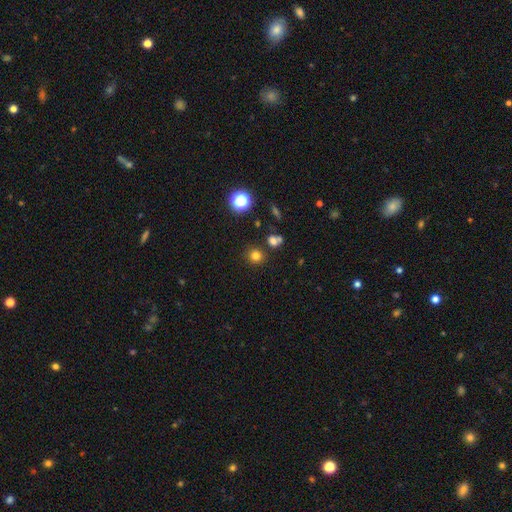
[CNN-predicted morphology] Smooth or featured? Predicted: smooth (p=0.77). How rounded? Predicted: round (p=0.90). Merging? Predicted: none (p=0.82).